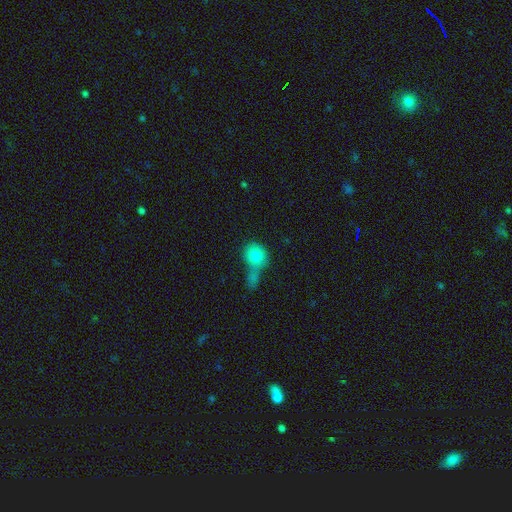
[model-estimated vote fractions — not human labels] smooth_or_featured: smooth (p=0.79) [alt: featured or disk p=0.12]
how_rounded: round (p=0.73) [alt: in between p=0.26]
merging: merger (p=0.47) [alt: none p=0.28]